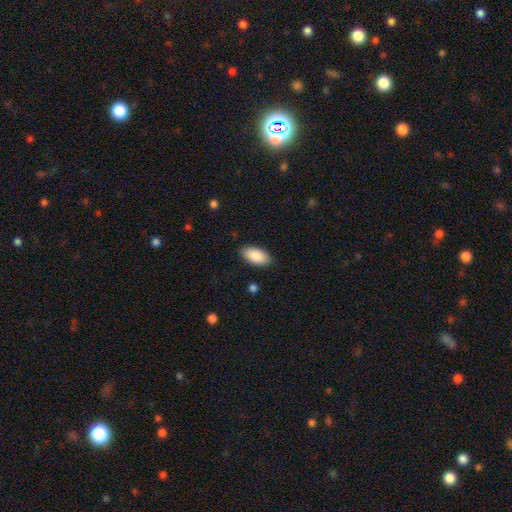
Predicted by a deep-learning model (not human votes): Smooth or featured?
  - smooth: 89% *
  - star or artifact: 6%
  - featured or disk: 5%
How rounded?
  - in between: 94% *
  - cigar-shaped: 3%
  - round: 2%
Merging?
  - none: 86% *
  - minor disturbance: 11%
  - major disturbance: 2%
  - merger: 1%